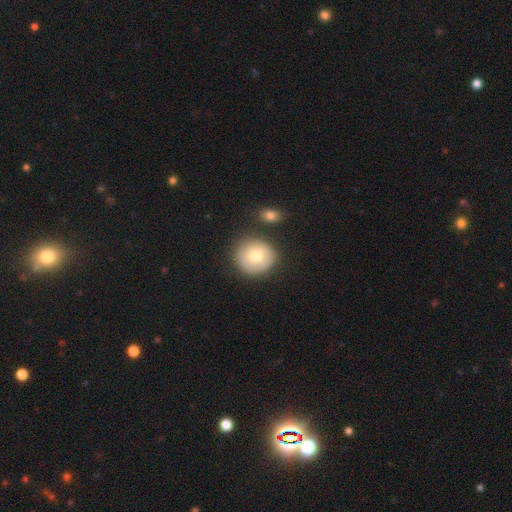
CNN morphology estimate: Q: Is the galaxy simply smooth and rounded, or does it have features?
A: smooth — 72%.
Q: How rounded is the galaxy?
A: round — 90%.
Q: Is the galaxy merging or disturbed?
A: none — 76%.